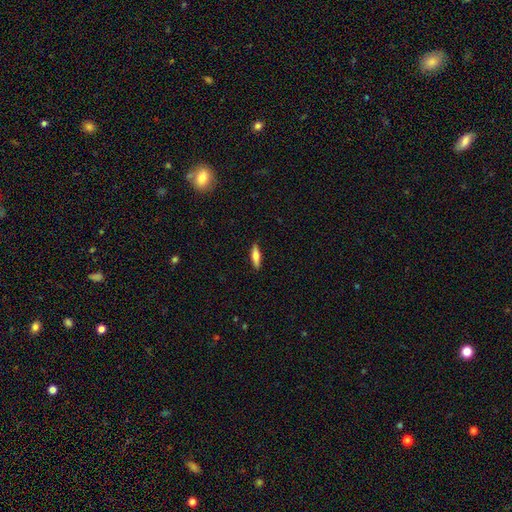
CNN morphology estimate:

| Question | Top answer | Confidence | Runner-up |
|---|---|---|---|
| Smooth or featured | smooth | 66% | featured or disk (28%) |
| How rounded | cigar-shaped | 63% | in between (35%) |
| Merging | none | 87% | minor disturbance (10%) |